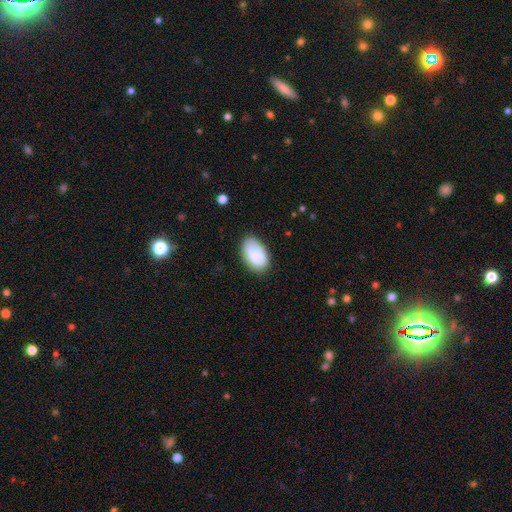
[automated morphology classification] A smooth galaxy with no disk features (72%) that is in between round and cigar-shaped (93%).

Vote fractions:
- Smooth or featured? smooth: 72% / featured or disk: 21% / star or artifact: 7%
- How rounded? in between: 93% / round: 6% / cigar-shaped: 2%
- Merging? none: 74% / minor disturbance: 19% / major disturbance: 5% / merger: 2%